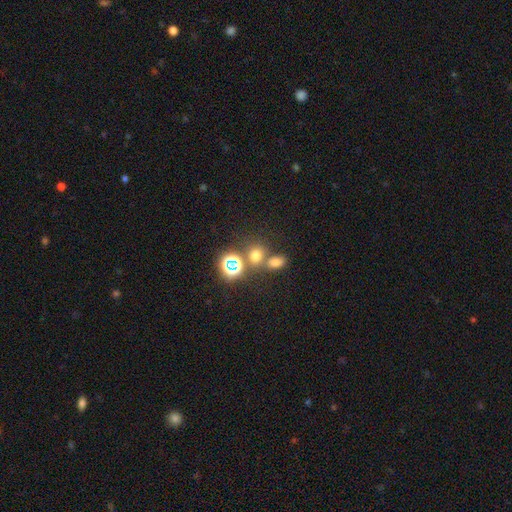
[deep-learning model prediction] A smooth galaxy with no disk features (65%) that is round (61%).

Vote fractions:
- Smooth or featured? smooth: 65% / star or artifact: 27% / featured or disk: 8%
- How rounded? round: 61% / in between: 38% / cigar-shaped: 2%
- Merging? none: 56% / merger: 31% / minor disturbance: 9% / major disturbance: 4%